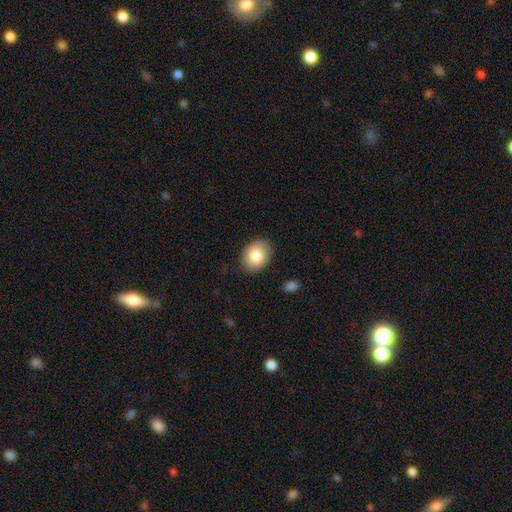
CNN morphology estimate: Smooth or featured? smooth (84%)
How rounded? in between (68%)
Merging? none (87%)